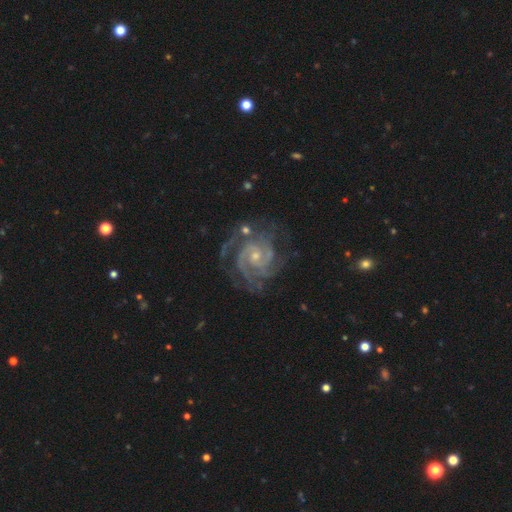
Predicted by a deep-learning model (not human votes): Q: Smooth or featured?
A: featured or disk (92%); runner-up: star or artifact (5%)
Q: Edge-on disk?
A: no (98%); runner-up: yes (2%)
Q: Bar?
A: no (59%); runner-up: weak (31%)
Q: Spiral arms?
A: yes (99%); runner-up: no (1%)
Q: Spiral winding?
A: tight (69%); runner-up: medium (27%)
Q: Spiral arm count?
A: 3 (34%); runner-up: 2 (29%)
Q: Bulge size?
A: small (62%); runner-up: moderate (34%)
Q: Merging?
A: none (67%); runner-up: minor disturbance (19%)